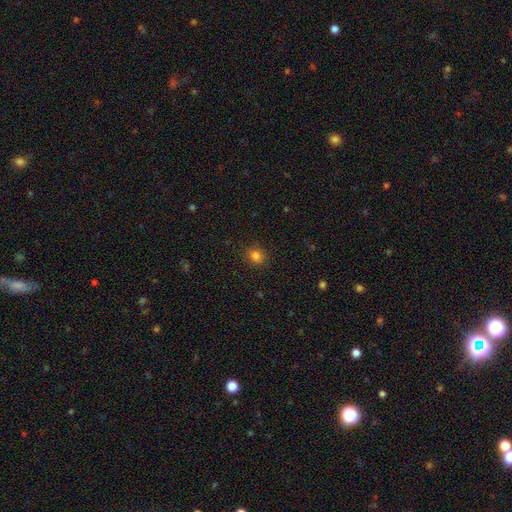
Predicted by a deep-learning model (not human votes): Q: Smooth or featured?
A: smooth (82%); runner-up: star or artifact (13%)
Q: How rounded?
A: round (82%); runner-up: in between (17%)
Q: Merging?
A: none (90%); runner-up: minor disturbance (7%)